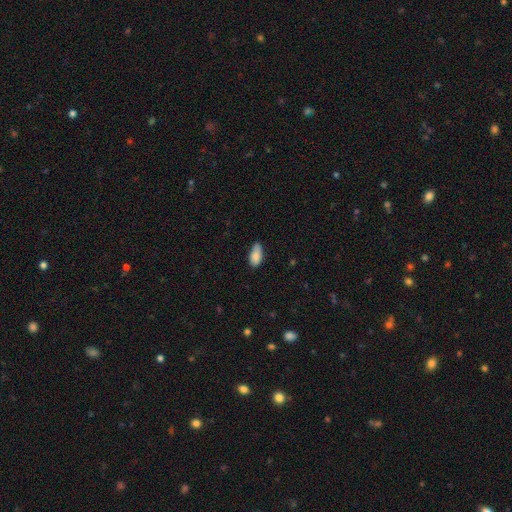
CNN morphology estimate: Smooth or featured? smooth (86%)
How rounded? in between (91%)
Merging? none (64%)